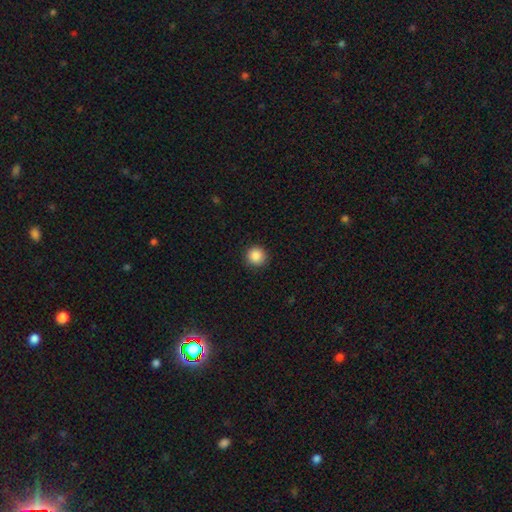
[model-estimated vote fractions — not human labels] Smooth or featured? smooth (87%)
How rounded? round (95%)
Merging? none (91%)